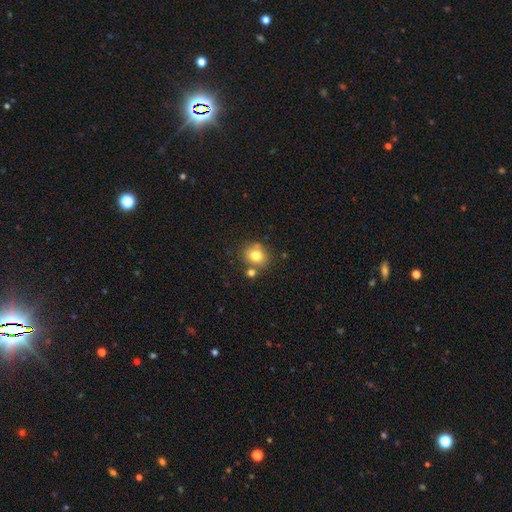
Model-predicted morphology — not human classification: A smooth galaxy with no disk features (77%) that is round (75%). Merging: none (67%).